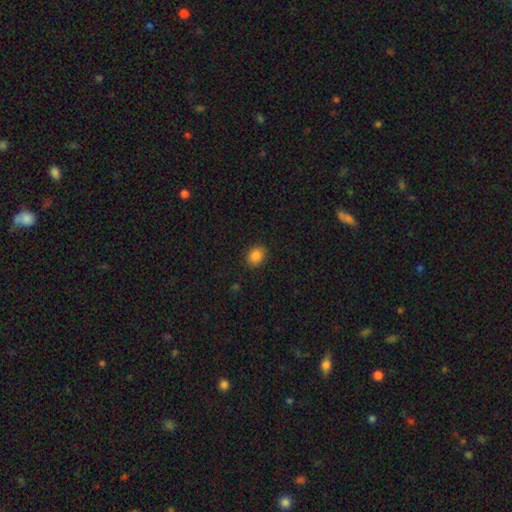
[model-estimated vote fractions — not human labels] A smooth galaxy with no disk features (86%) that is in between round and cigar-shaped (52%).

Vote fractions:
- Smooth or featured? smooth: 86% / star or artifact: 10% / featured or disk: 4%
- How rounded? in between: 52% / round: 47% / cigar-shaped: 1%
- Merging? none: 88% / minor disturbance: 9% / major disturbance: 2% / merger: 1%